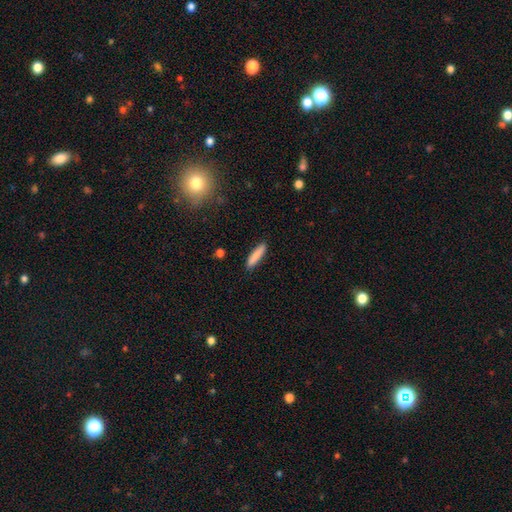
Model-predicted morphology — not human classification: The model was most divided on "how rounded": cigar-shaped: 83%, in between: 15%, round: 1%. More confident: merging — none (88%); smooth or featured — smooth (85%).